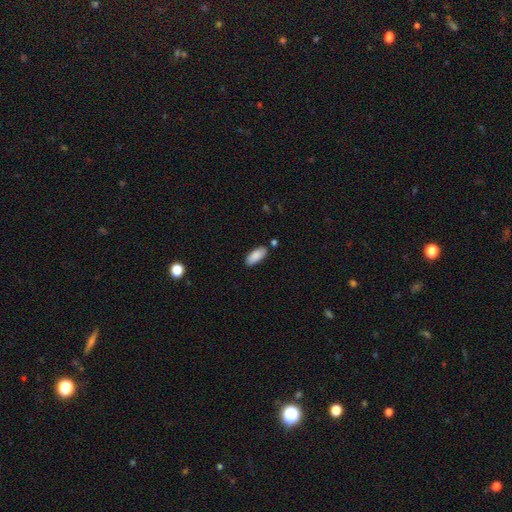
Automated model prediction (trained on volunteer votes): This is clearly a smooth galaxy (88%). How rounded: clearly in between (87%). Merging: clearly none (80%).